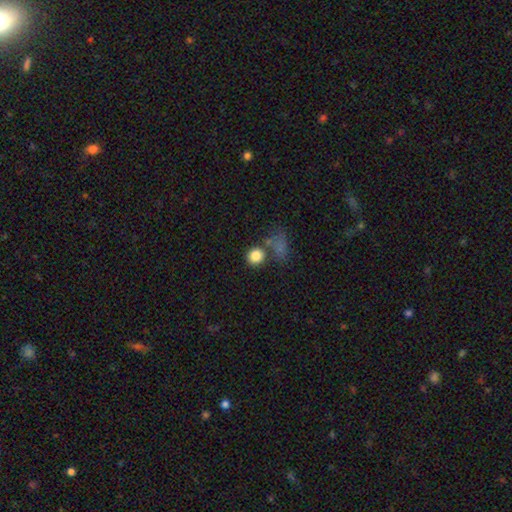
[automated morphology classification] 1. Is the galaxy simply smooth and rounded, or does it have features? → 83% smooth, 11% star or artifact, 7% featured or disk.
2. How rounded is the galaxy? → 86% round, 12% in between, 1% cigar-shaped.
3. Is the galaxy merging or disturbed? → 65% none, 17% merger, 12% minor disturbance, 6% major disturbance.